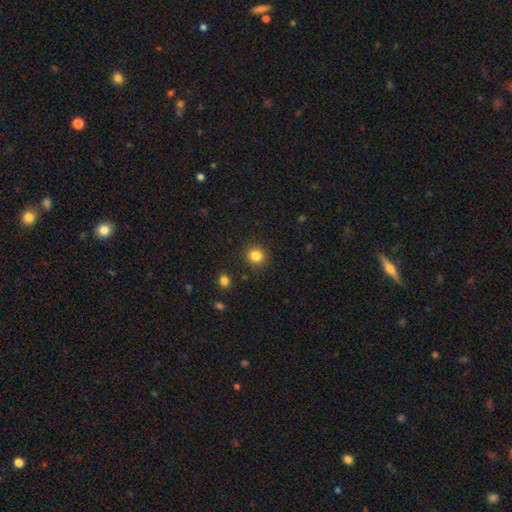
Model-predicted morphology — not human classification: smooth 83%, star or artifact 12%, featured or disk 5%. Down the decision tree: how rounded — round (89%); merging — none (90%).